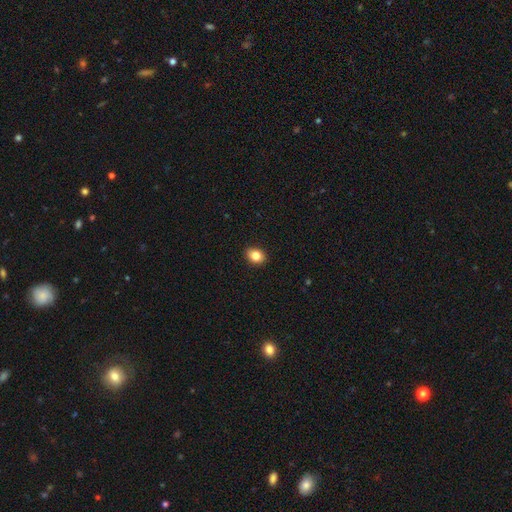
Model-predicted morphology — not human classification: This appears to be a smooth galaxy with no disk features (84%) that is in between round and cigar-shaped (54%). Merging: none (91%).